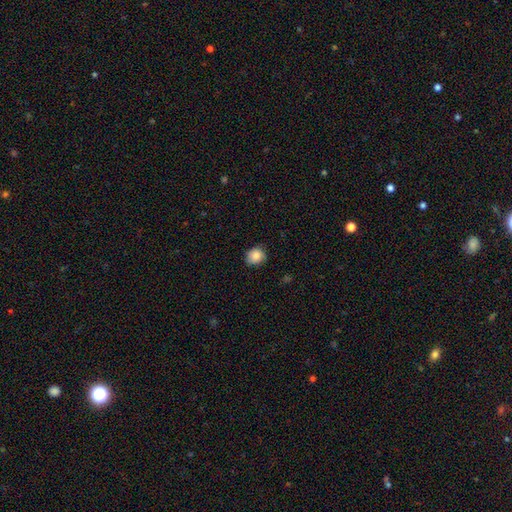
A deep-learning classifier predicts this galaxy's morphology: type=smooth (84%); roundness=round (76%); merging=none (77%).